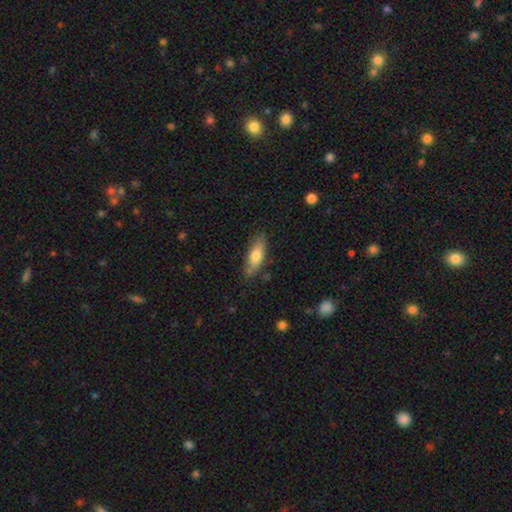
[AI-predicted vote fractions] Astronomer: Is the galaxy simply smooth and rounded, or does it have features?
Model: smooth — 72%.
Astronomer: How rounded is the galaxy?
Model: in between — 58% (runner-up: cigar-shaped, 39%).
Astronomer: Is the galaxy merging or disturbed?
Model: none — 79%.